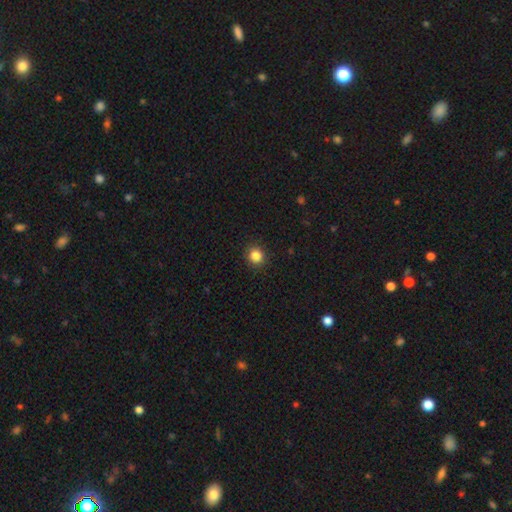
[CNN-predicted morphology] This is clearly a smooth galaxy (85%). How rounded: clearly round (87%). Merging: clearly none (90%).